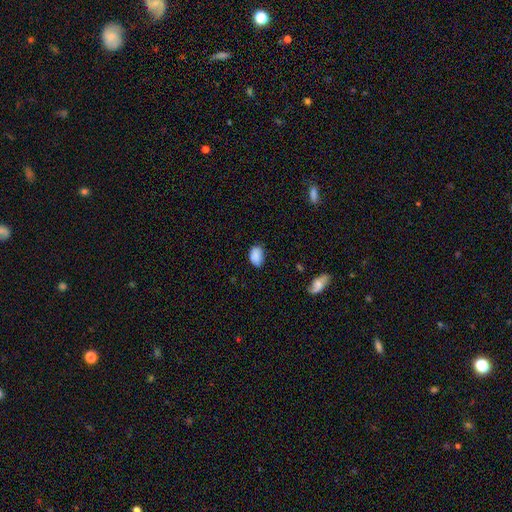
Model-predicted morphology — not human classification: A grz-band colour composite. It shows a smooth galaxy with no disk features (86%) that is in between round and cigar-shaped (84%). Merging: none (69%).